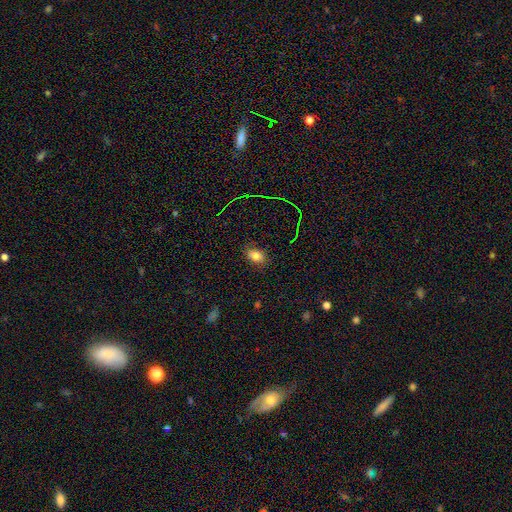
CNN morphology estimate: Smooth or featured? Predicted: smooth (p=0.79). How rounded? Predicted: in between (p=0.85). Merging? Predicted: none (p=0.83).